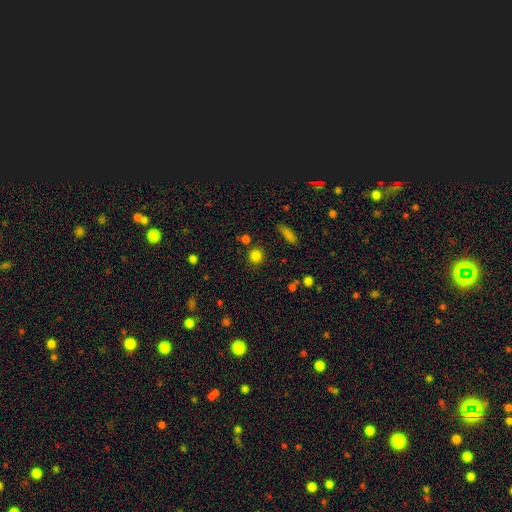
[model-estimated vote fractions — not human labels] The model was most divided on "smooth or featured": smooth: 82%, star or artifact: 13%, featured or disk: 5%. More confident: how rounded — round (90%); merging — none (84%).